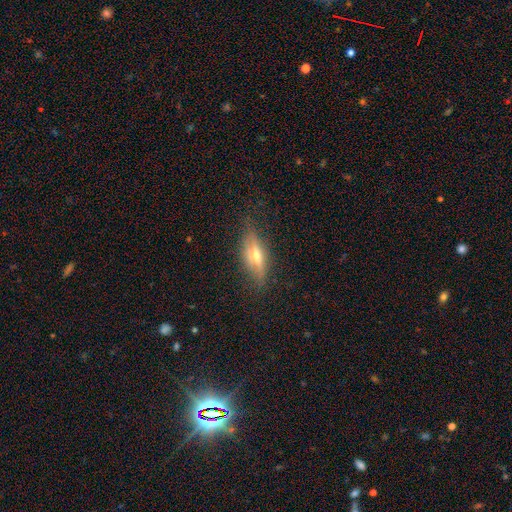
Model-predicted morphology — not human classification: smooth_or_featured: featured or disk (p=0.61) [alt: smooth p=0.30]
disk_edge_on: yes (p=0.83) [alt: no p=0.17]
edge_on_bulge: rounded (p=0.91) [alt: boxy p=0.05]
merging: none (p=0.78) [alt: minor disturbance p=0.16]